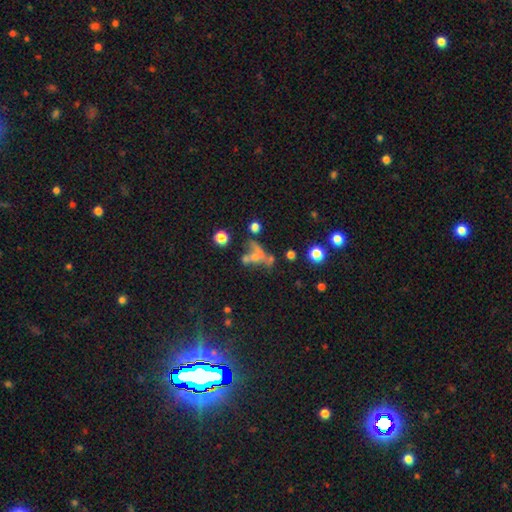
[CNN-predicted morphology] This is marginally a smooth galaxy (43%). Merging: marginally merger (37%).